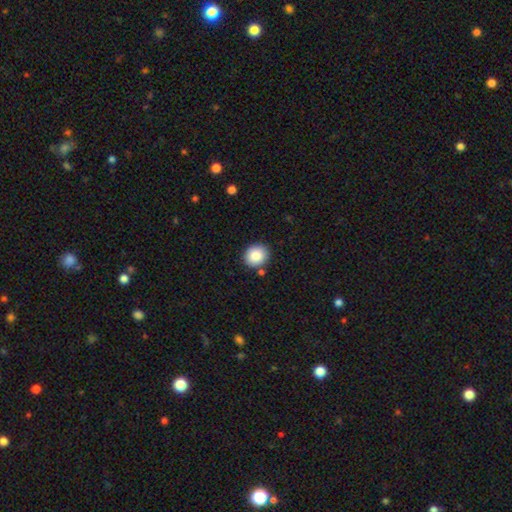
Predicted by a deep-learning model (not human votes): Overall: smooth (85%). How rounded: round (78%). Merging: none (85%).